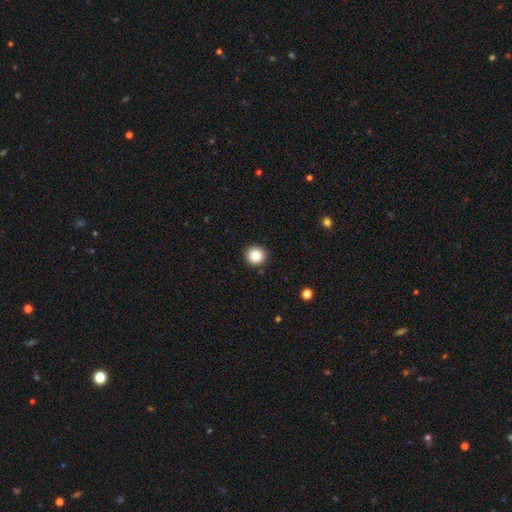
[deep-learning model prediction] This appears to be a smooth galaxy with no disk features (84%) that is round (94%). Merging: none (93%).